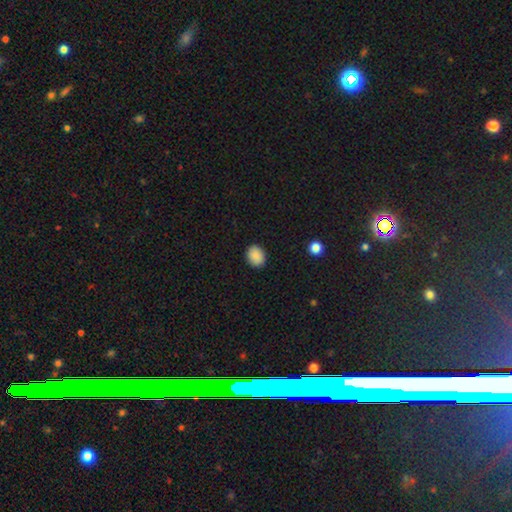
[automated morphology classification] Smooth or featured? smooth (89%)
How rounded? in between (51%)
Merging? none (89%)